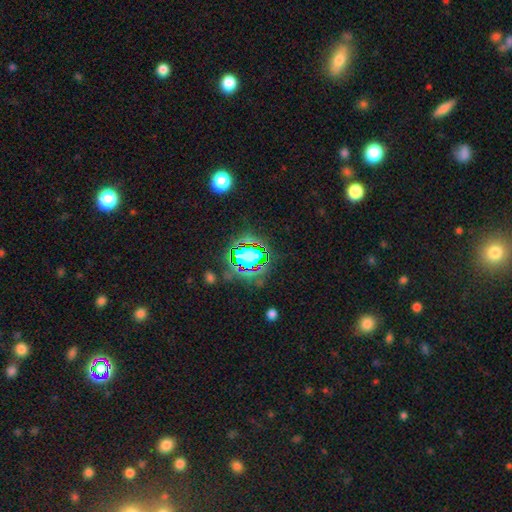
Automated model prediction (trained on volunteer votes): A star or artifact, not a galaxy (73%).